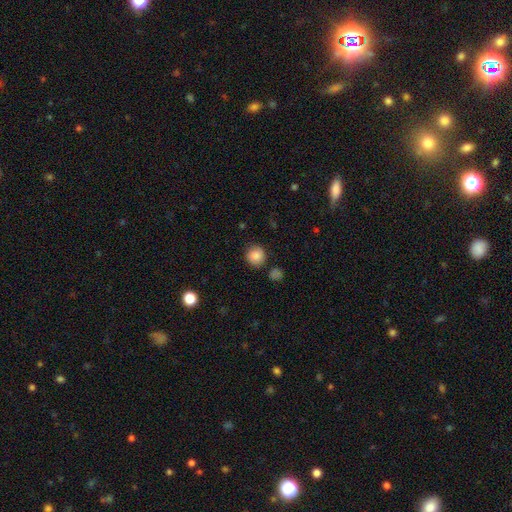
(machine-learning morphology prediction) Smooth or featured?
  - smooth: 86% *
  - star or artifact: 9%
  - featured or disk: 5%
How rounded?
  - round: 88% *
  - in between: 11%
  - cigar-shaped: 1%
Merging?
  - none: 82% *
  - minor disturbance: 11%
  - merger: 4%
  - major disturbance: 3%